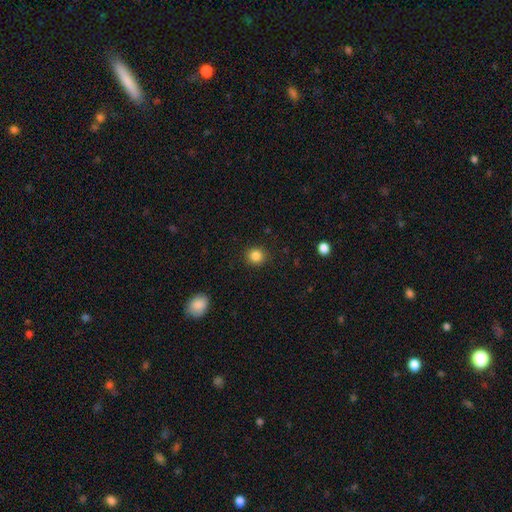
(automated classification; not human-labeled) smooth-or-featured: smooth: 85% | star or artifact: 11% | featured or disk: 4%
  how-rounded: round: 89% | in between: 10% | cigar-shaped: 1%
  merging: none: 90% | minor disturbance: 6% | major disturbance: 2% | merger: 1%